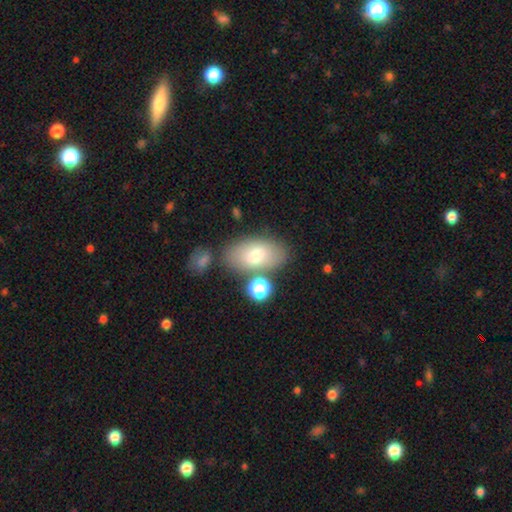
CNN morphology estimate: A smooth galaxy with no disk features (71%) that is in between round and cigar-shaped (91%).

Vote fractions:
- Smooth or featured? smooth: 71% / featured or disk: 20% / star or artifact: 9%
- How rounded? in between: 91% / round: 7% / cigar-shaped: 2%
- Merging? none: 71% / minor disturbance: 14% / merger: 11% / major disturbance: 4%